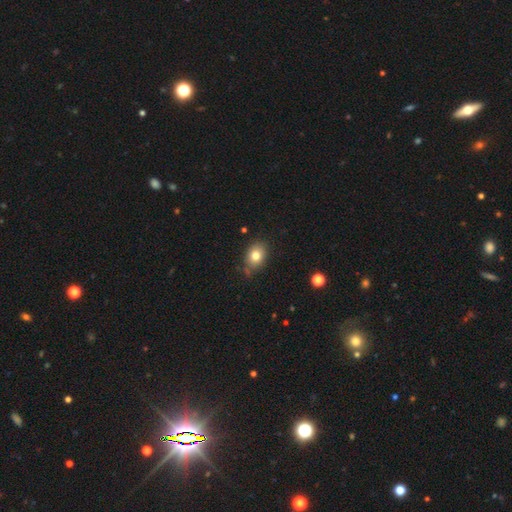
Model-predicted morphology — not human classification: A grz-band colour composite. It shows a smooth galaxy with no disk features (78%) that is in between round and cigar-shaped (66%). Merging: none (76%).